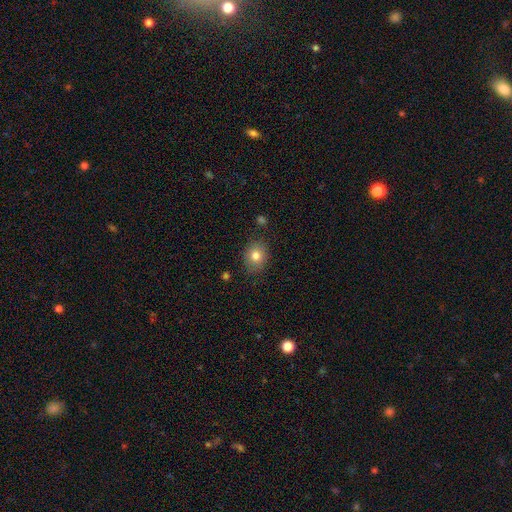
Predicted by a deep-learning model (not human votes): smooth-or-featured: smooth: 81% | star or artifact: 10% | featured or disk: 9%
  how-rounded: round: 54% | in between: 45% | cigar-shaped: 1%
  merging: none: 83% | minor disturbance: 12% | major disturbance: 3% | merger: 2%